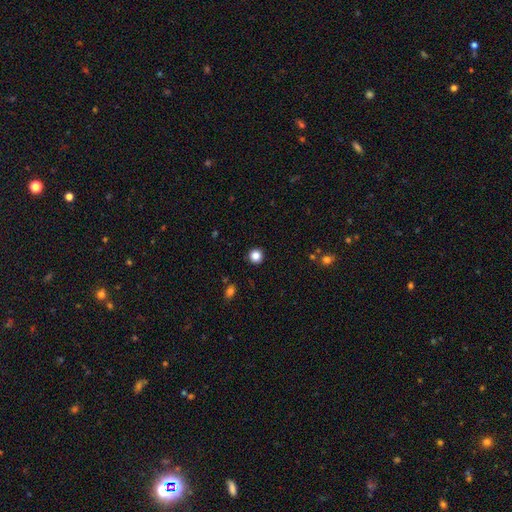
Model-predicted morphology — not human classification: Smooth or featured?
  - smooth: 85% *
  - star or artifact: 11%
  - featured or disk: 4%
How rounded?
  - round: 94% *
  - in between: 5%
  - cigar-shaped: 1%
Merging?
  - none: 92% *
  - minor disturbance: 5%
  - major disturbance: 2%
  - merger: 1%